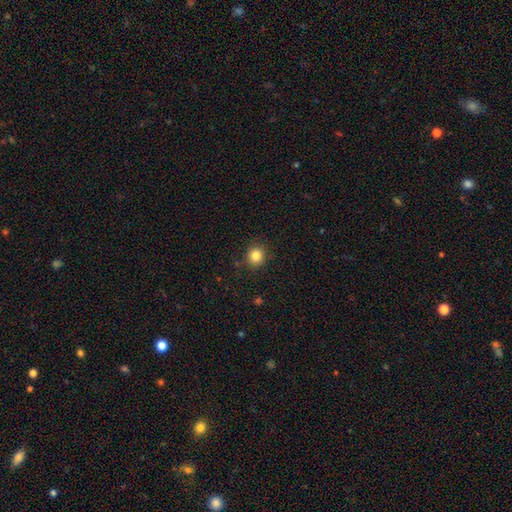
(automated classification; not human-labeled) Smooth or featured?
  - smooth: 84% *
  - star or artifact: 11%
  - featured or disk: 5%
How rounded?
  - round: 89% *
  - in between: 10%
  - cigar-shaped: 1%
Merging?
  - none: 88% *
  - minor disturbance: 9%
  - major disturbance: 2%
  - merger: 1%